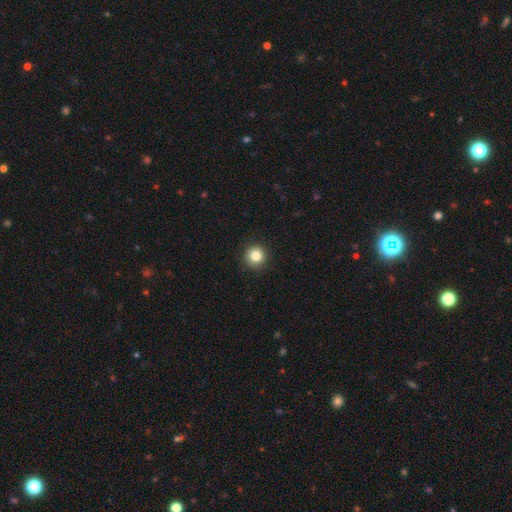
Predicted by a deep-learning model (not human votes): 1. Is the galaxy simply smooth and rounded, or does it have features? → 83% smooth, 11% star or artifact, 6% featured or disk.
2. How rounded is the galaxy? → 95% round, 4% in between, 1% cigar-shaped.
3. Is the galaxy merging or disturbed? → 92% none, 5% minor disturbance, 2% major disturbance, 1% merger.